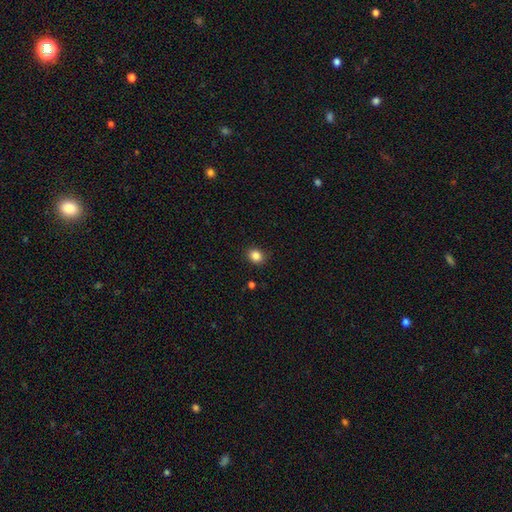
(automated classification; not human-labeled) smooth-or-featured: smooth: 85% | star or artifact: 11% | featured or disk: 5%
  how-rounded: round: 62% | in between: 37% | cigar-shaped: 1%
  merging: none: 88% | minor disturbance: 8% | major disturbance: 2% | merger: 1%